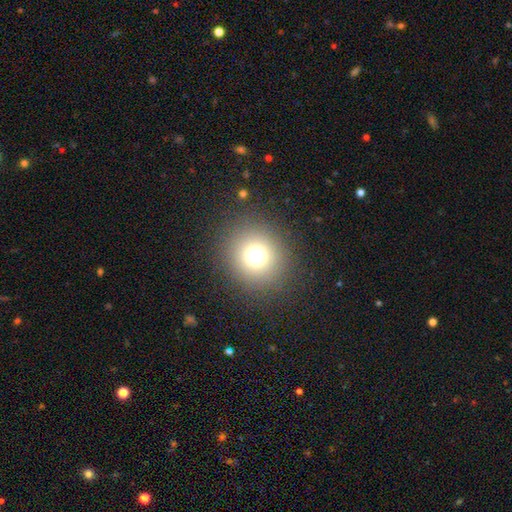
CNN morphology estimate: Smooth or featured? Predicted: smooth (p=0.70). How rounded? Predicted: round (p=0.91). Merging? Predicted: none (p=0.89).